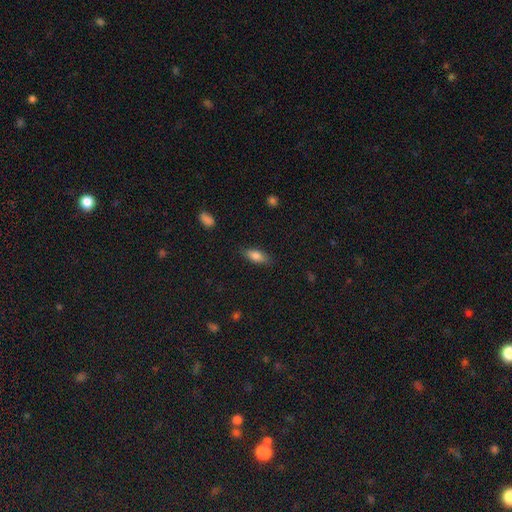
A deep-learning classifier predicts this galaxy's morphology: Q: Smooth or featured?
A: smooth (78%); runner-up: featured or disk (14%)
Q: How rounded?
A: in between (78%); runner-up: cigar-shaped (19%)
Q: Merging?
A: none (82%); runner-up: minor disturbance (14%)